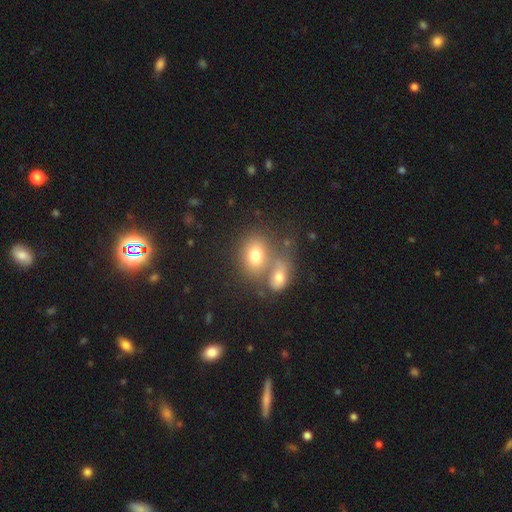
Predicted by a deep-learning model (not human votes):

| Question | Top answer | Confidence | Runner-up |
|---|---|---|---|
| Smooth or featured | smooth | 74% | featured or disk (16%) |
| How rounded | in between | 61% | round (37%) |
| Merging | merger | 49% | none (35%) |